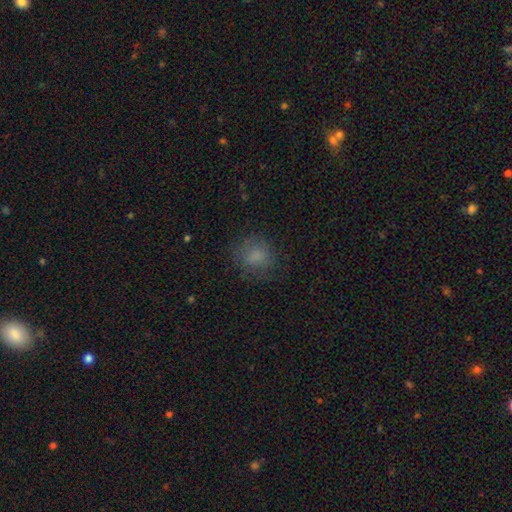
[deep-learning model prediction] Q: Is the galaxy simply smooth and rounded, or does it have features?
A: smooth — 78%.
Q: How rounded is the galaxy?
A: round — 73%.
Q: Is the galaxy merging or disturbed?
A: none — 75%.